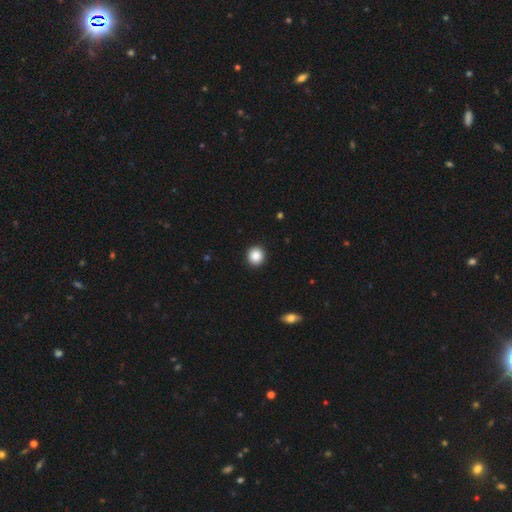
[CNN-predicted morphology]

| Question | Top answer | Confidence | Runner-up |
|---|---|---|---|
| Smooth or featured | smooth | 88% | star or artifact (9%) |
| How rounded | round | 92% | in between (7%) |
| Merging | none | 93% | minor disturbance (5%) |